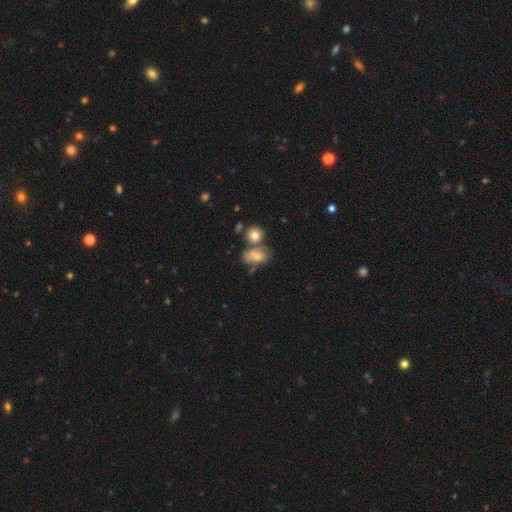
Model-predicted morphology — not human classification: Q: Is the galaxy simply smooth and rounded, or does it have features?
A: smooth — 66%.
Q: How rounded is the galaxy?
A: in between — 75%.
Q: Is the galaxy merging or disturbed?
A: none — 37%.